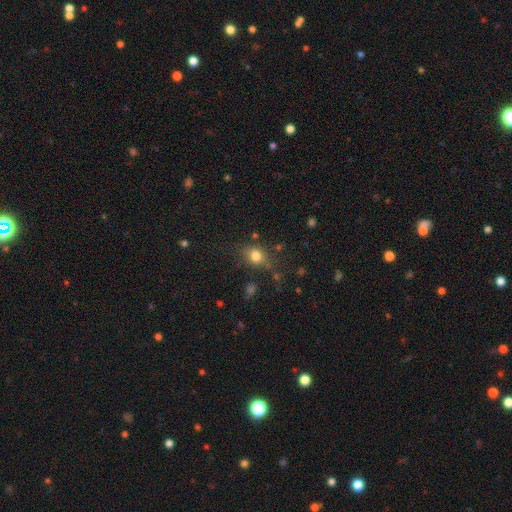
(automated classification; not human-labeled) The model was most divided on "how rounded": round: 61%, in between: 37%, cigar-shaped: 2%. More confident: smooth or featured — smooth (77%); merging — none (73%).